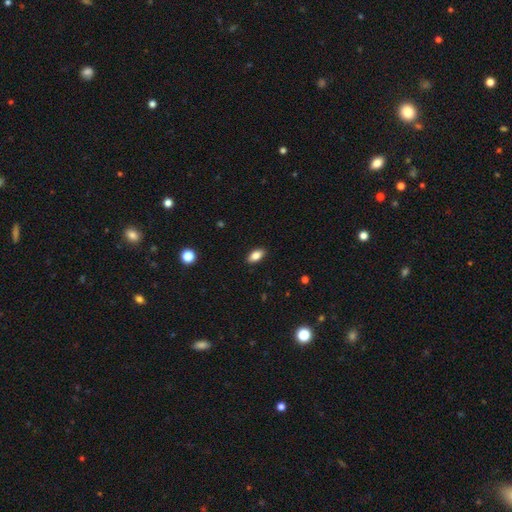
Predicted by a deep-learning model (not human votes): This appears to be a smooth galaxy with no disk features (83%) that is in between round and cigar-shaped (90%). Merging: none (89%).